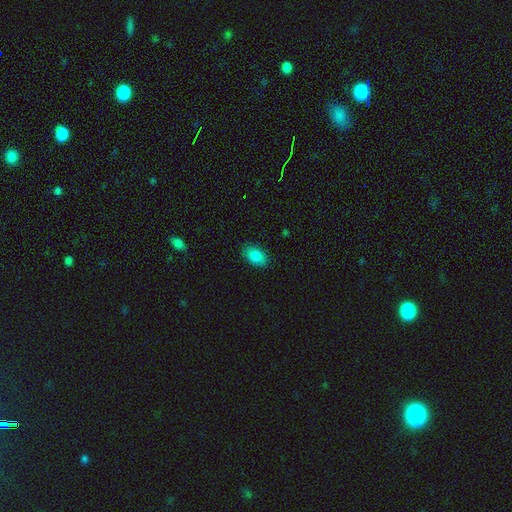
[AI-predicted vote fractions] This appears to be a smooth galaxy with no disk features (86%) that is in between round and cigar-shaped (90%). Merging: none (86%).